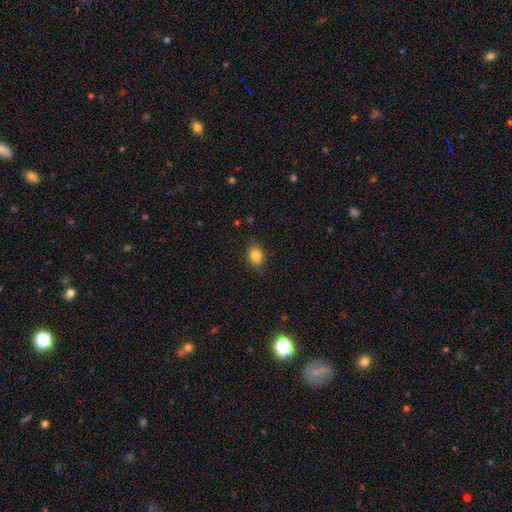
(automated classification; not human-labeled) A smooth galaxy with no disk features (85%) that is in between round and cigar-shaped (69%). Merging: none (88%).